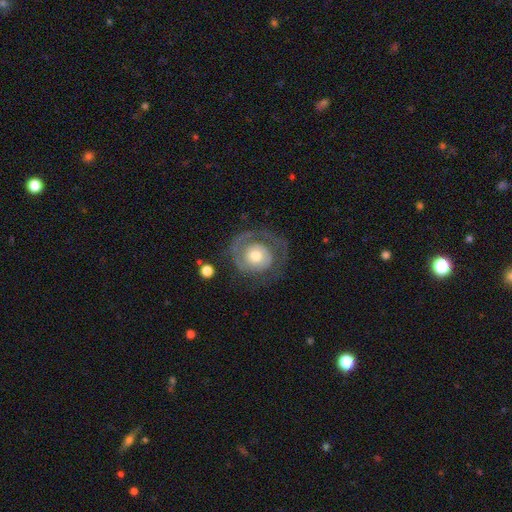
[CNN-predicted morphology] Smooth or featured: featured or disk — 68% (smooth — 26%)
Edge-on disk: no — 97% (yes — 3%)
Bar: no — 83% (weak — 14%)
Spiral arms: yes — 74% (no — 26%)
Bulge size: moderate — 60% (small — 19%)
Merging: none — 62% (major disturbance — 19%)